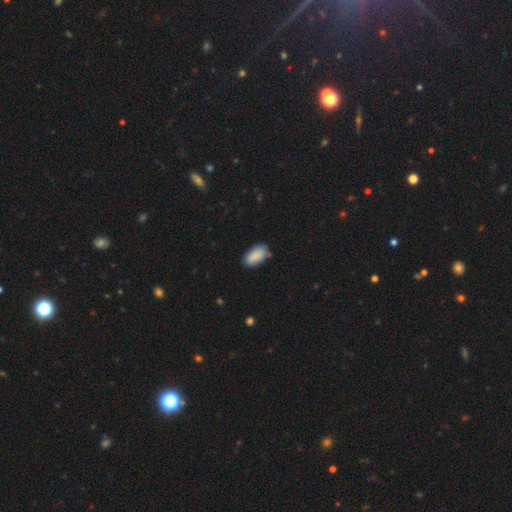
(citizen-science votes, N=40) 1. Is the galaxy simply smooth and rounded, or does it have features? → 95% smooth, 5% star or artifact, 0% featured or disk.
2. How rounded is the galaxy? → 92% in between, 8% cigar-shaped, 0% round.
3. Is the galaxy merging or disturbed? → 89% none, 5% minor disturbance, 3% major disturbance, 3% merger.